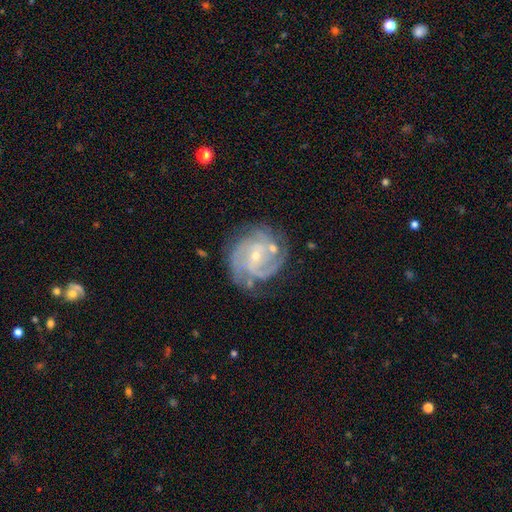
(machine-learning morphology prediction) The model was most divided on "bar": no: 48%, weak: 40%, strong: 12%. Remaining: edge-on disk — no (98%); spiral arms — yes (97%); smooth or featured — featured or disk (88%); bulge size — small (72%); merging — none (69%); spiral winding — tight (58%); spiral arm count — 3 (33%).